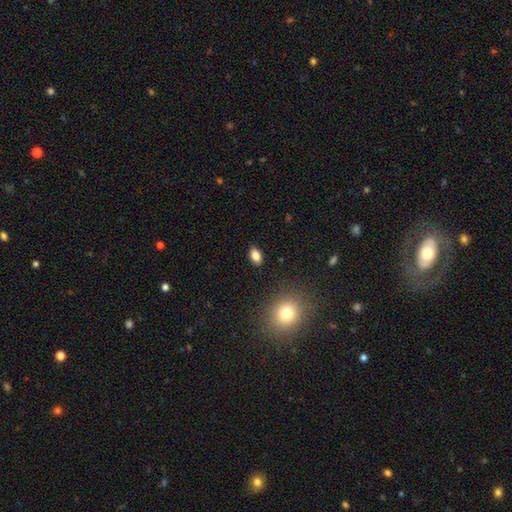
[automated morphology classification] smooth 83%, star or artifact 11%, featured or disk 7%. Down the decision tree: how rounded — in between (87%); merging — none (87%).